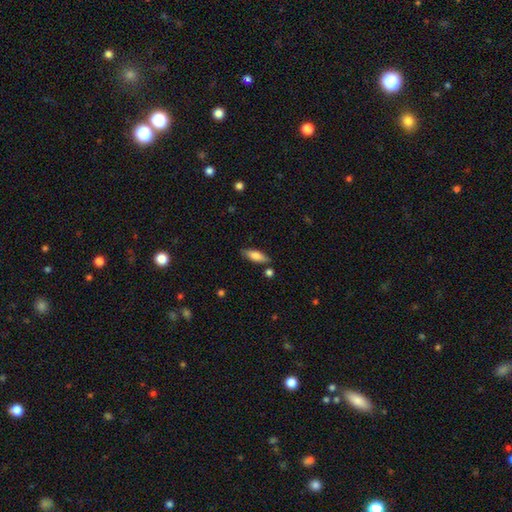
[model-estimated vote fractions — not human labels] Smooth or featured?
  - smooth: 73% *
  - featured or disk: 20%
  - star or artifact: 7%
How rounded?
  - in between: 61% *
  - cigar-shaped: 37%
  - round: 2%
Merging?
  - none: 80% *
  - minor disturbance: 13%
  - merger: 5%
  - major disturbance: 3%